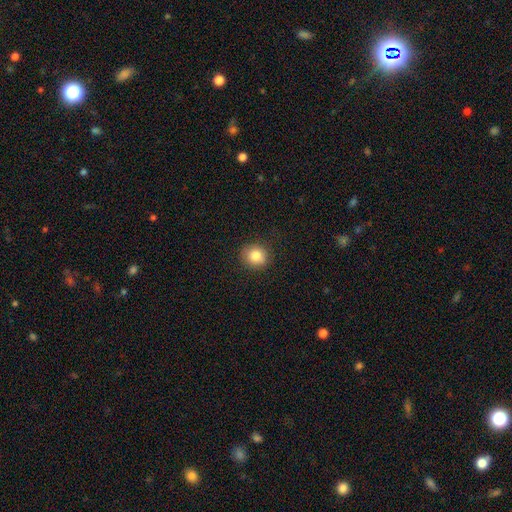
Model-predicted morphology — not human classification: Smooth or featured?
  - smooth: 83% *
  - star or artifact: 10%
  - featured or disk: 7%
How rounded?
  - round: 82% *
  - in between: 17%
  - cigar-shaped: 1%
Merging?
  - none: 89% *
  - minor disturbance: 8%
  - major disturbance: 2%
  - merger: 1%